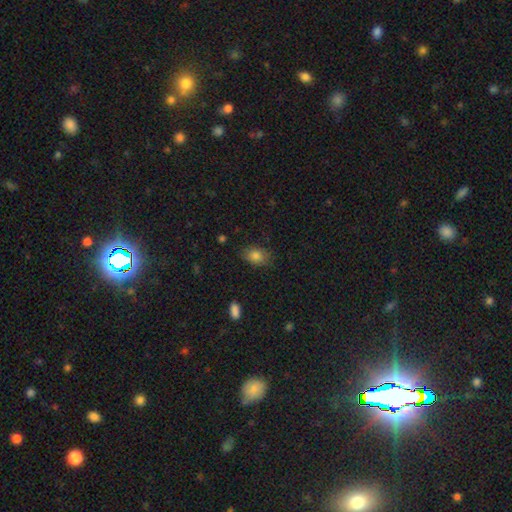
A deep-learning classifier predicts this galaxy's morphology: type=smooth (83%); roundness=in between (78%); merging=none (81%).